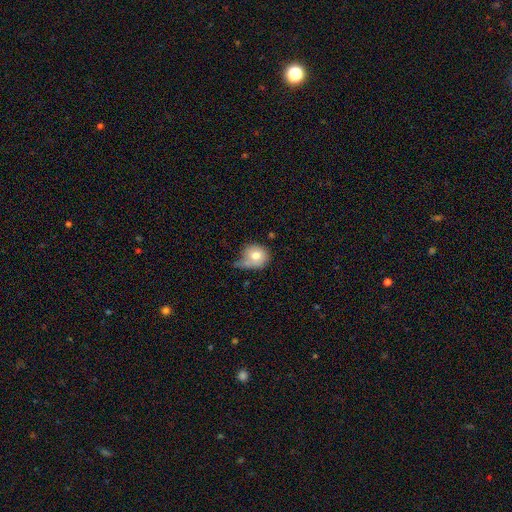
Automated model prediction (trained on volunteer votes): Smooth or featured?
  - smooth: 74% *
  - featured or disk: 18%
  - star or artifact: 8%
How rounded?
  - round: 77% *
  - in between: 22%
  - cigar-shaped: 1%
Merging?
  - none: 33% * (tied)
  - minor disturbance: 33% * (tied)
  - major disturbance: 24%
  - merger: 10%